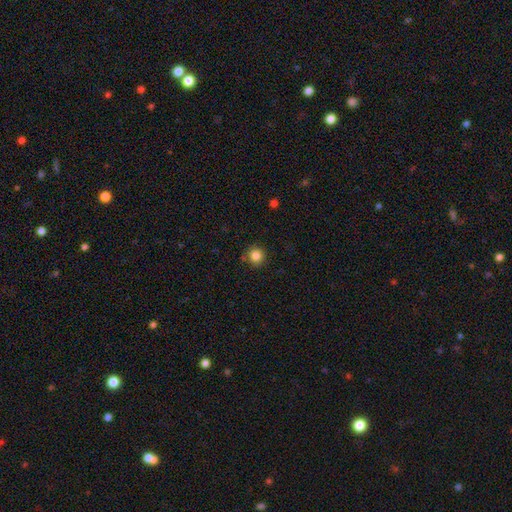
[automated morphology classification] type=smooth (84%); roundness=round (94%); merging=none (85%).